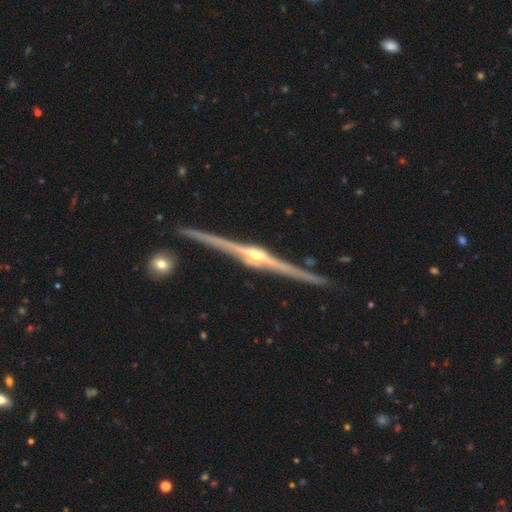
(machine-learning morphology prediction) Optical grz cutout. It shows a featured or disk galaxy (91%) viewed edge-on (99%) with a rounded central bulge (90%). Merging: none (90%).